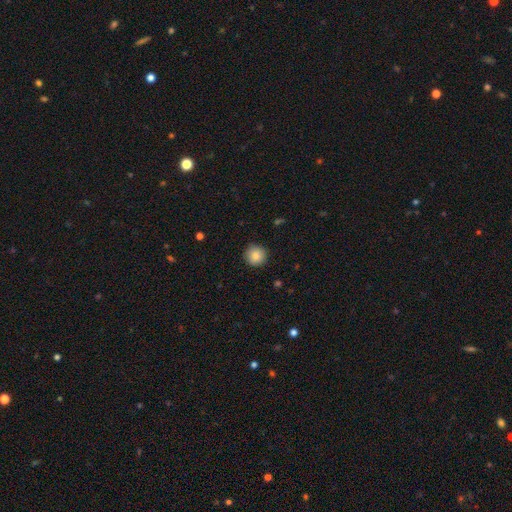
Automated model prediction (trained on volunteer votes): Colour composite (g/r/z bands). It shows a smooth galaxy with no disk features (85%) that is round (95%). Merging: none (90%).